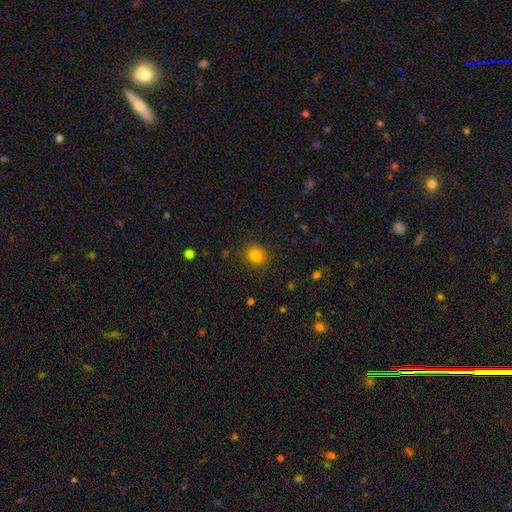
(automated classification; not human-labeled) Smooth or featured? Predicted: smooth (p=0.82). How rounded? Predicted: round (p=0.68). Merging? Predicted: none (p=0.88).